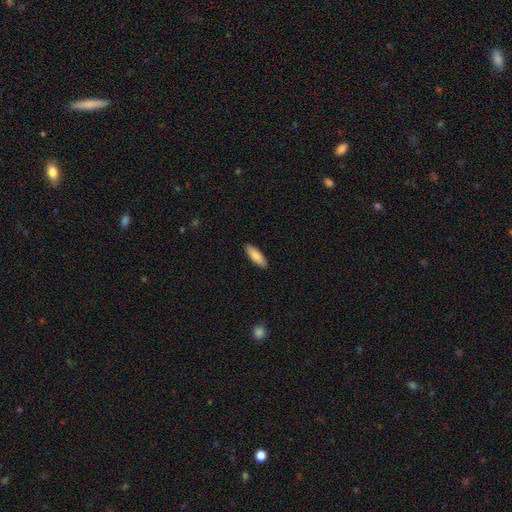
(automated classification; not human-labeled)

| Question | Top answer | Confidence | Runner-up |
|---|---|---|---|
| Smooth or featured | smooth | 87% | featured or disk (8%) |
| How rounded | in between | 55% | cigar-shaped (43%) |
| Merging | none | 90% | minor disturbance (8%) |